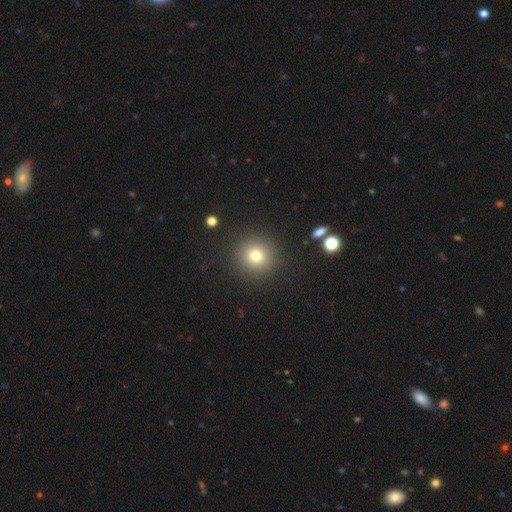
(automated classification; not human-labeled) This is likely a smooth galaxy (78%). How rounded: clearly round (93%). Merging: clearly none (90%).